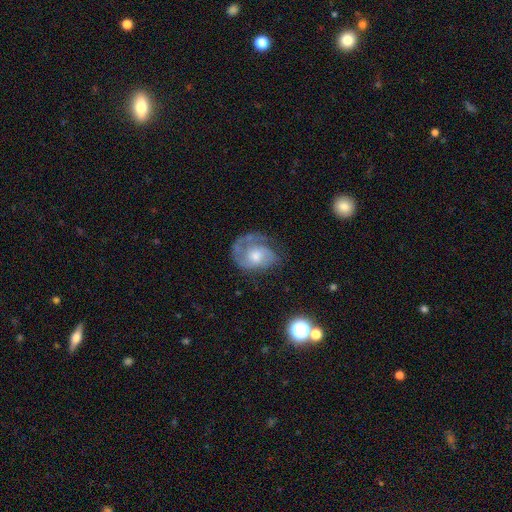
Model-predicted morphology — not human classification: Q: Smooth or featured?
A: featured or disk (78%); runner-up: smooth (15%)
Q: Edge-on disk?
A: no (97%); runner-up: yes (3%)
Q: Bar?
A: no (73%); runner-up: weak (23%)
Q: Spiral arms?
A: yes (91%); runner-up: no (9%)
Q: Spiral winding?
A: tight (48%); runner-up: medium (38%)
Q: Spiral arm count?
A: 2 (36%); runner-up: 1 (35%)
Q: Bulge size?
A: moderate (57%); runner-up: small (27%)
Q: Merging?
A: none (57%); runner-up: minor disturbance (22%)